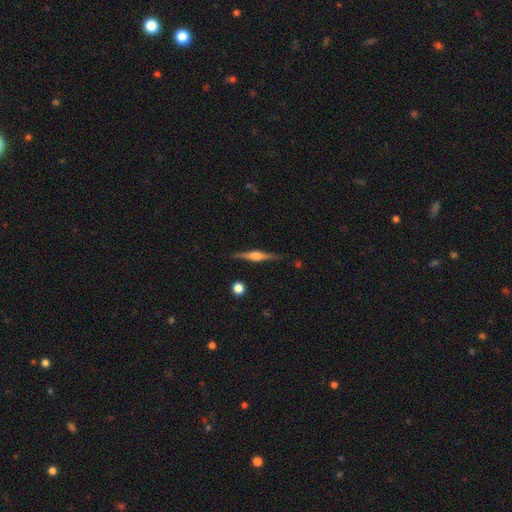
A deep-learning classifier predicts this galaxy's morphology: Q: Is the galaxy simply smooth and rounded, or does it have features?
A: featured or disk — 74%.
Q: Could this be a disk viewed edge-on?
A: yes — 98%.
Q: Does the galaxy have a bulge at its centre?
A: rounded — 75%.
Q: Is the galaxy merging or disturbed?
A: none — 87%.